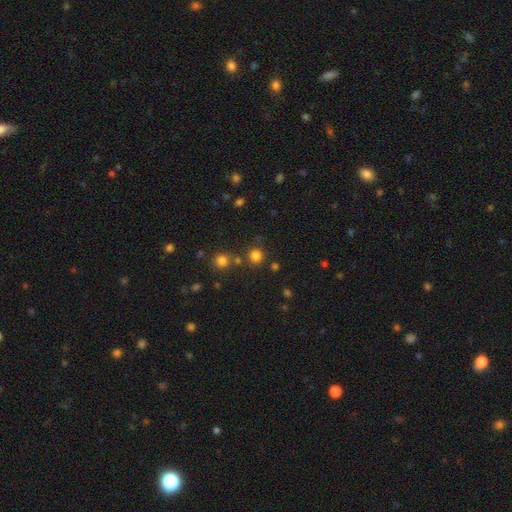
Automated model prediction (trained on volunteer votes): smooth 78%, star or artifact 17%, featured or disk 5%. Down the decision tree: how rounded — round (93%); merging — none (81%).